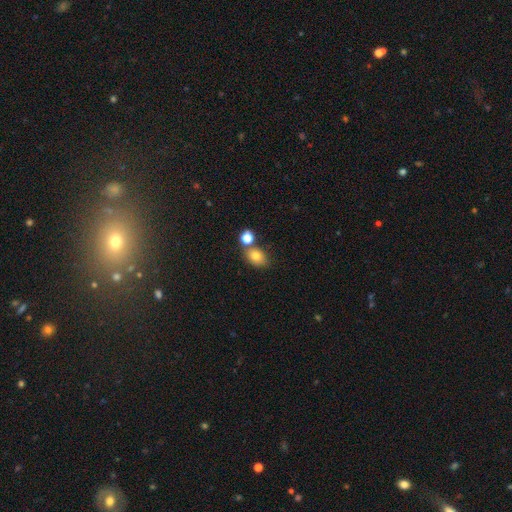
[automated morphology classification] This is likely a smooth galaxy (79%). How rounded: likely in between (63%). Merging: likely none (62%).